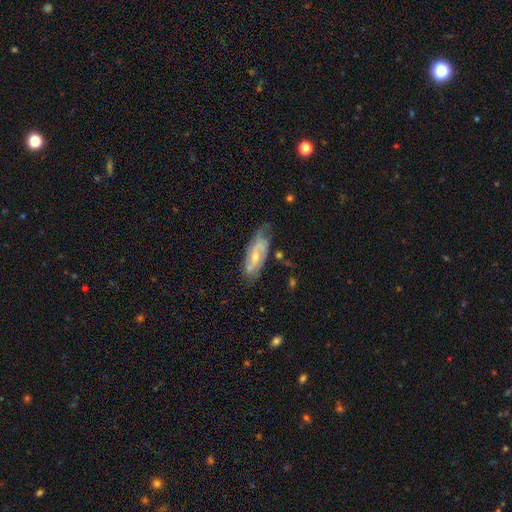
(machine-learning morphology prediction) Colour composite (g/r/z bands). It shows a featured or disk galaxy (64%) with no bar (46%), spiral arms (85%) and a small central bulge (50%). Merging: none (58%).